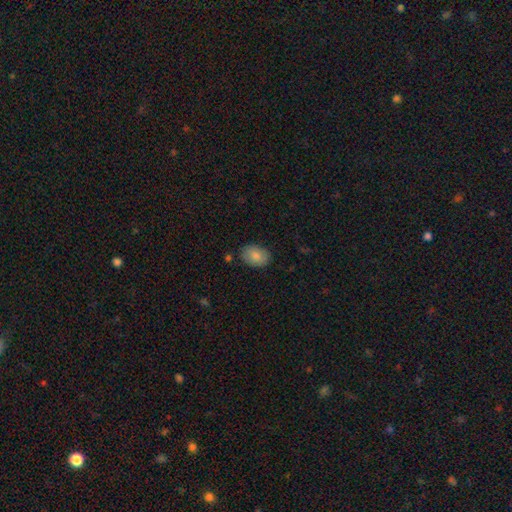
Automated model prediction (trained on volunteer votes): Overall: smooth (84%). How rounded: in between (85%). Merging: none (84%).